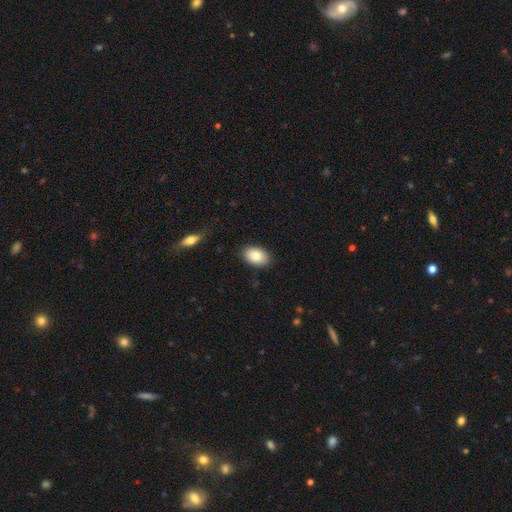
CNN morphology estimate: This is clearly a smooth galaxy (85%). How rounded: clearly in between (91%). Merging: clearly none (88%).